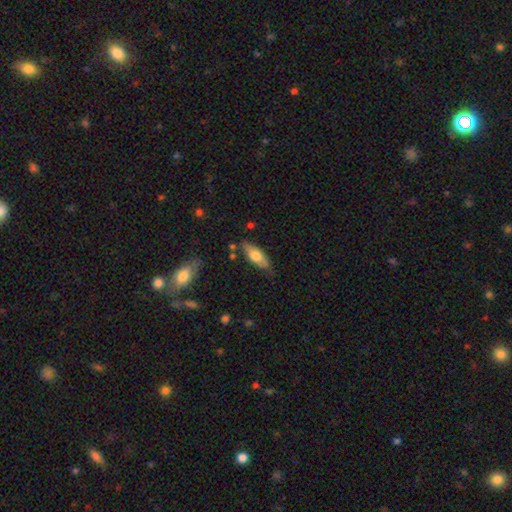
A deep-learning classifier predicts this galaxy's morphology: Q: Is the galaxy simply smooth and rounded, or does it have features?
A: smooth — 65%.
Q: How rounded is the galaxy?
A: in between — 75%.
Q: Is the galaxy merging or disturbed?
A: none — 76%.